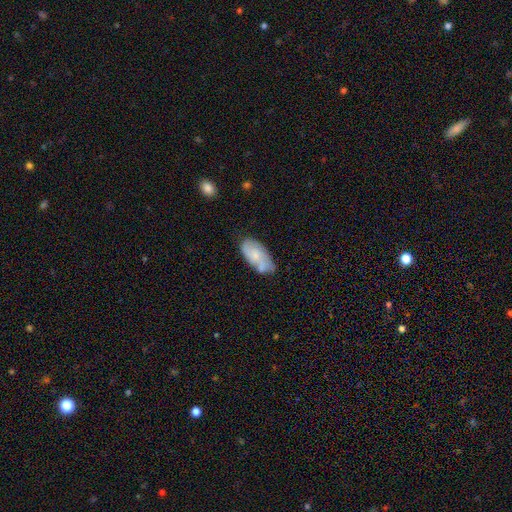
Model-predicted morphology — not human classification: Smooth or featured?
  - smooth: 50% *
  - featured or disk: 43%
  - star or artifact: 7%
How rounded?
  - in between: 90% *
  - cigar-shaped: 7%
  - round: 3%
Merging?
  - none: 54% *
  - minor disturbance: 28%
  - merger: 11%
  - major disturbance: 7%